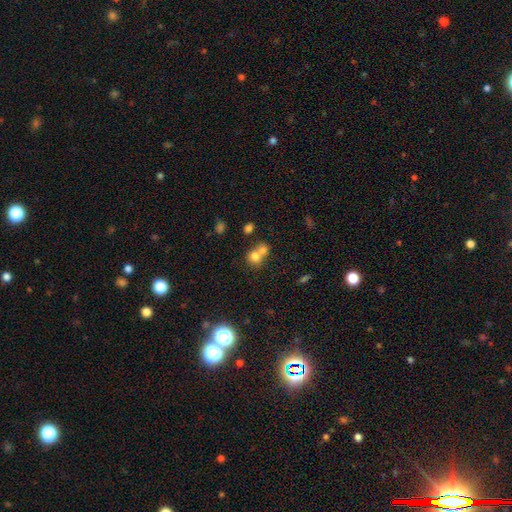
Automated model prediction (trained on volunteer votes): smooth-or-featured: smooth: 75% | featured or disk: 13% | star or artifact: 13%
  how-rounded: round: 75% | in between: 24% | cigar-shaped: 1%
  merging: merger: 58% | none: 32% | minor disturbance: 6% | major disturbance: 3%